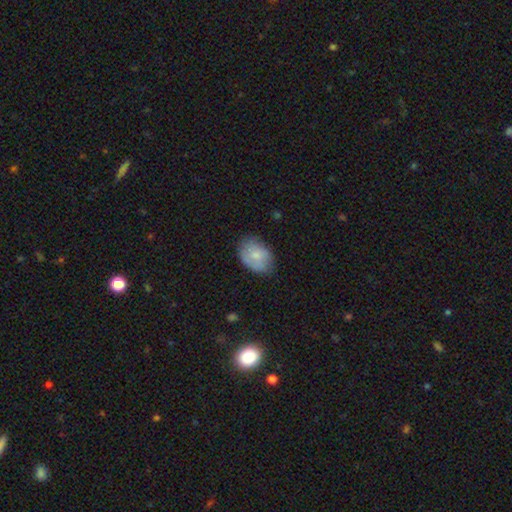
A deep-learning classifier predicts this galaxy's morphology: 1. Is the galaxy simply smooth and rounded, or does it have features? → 72% smooth, 21% featured or disk, 6% star or artifact.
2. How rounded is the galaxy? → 80% in between, 19% round, 1% cigar-shaped.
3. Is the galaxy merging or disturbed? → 70% none, 23% minor disturbance, 5% major disturbance, 1% merger.